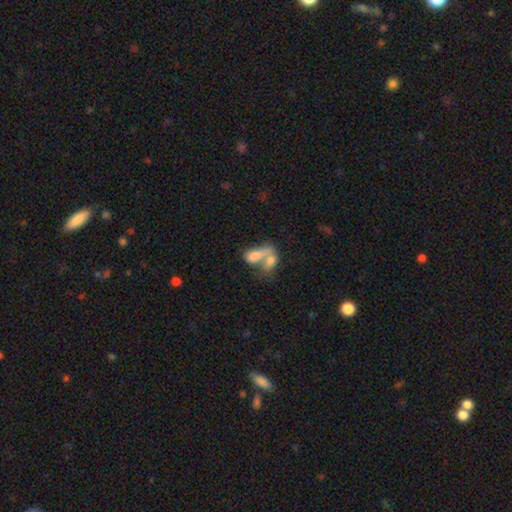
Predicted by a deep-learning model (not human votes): smooth 70%, featured or disk 21%, star or artifact 9%. Down the decision tree: how rounded — in between (79%); merging — merger (71%).